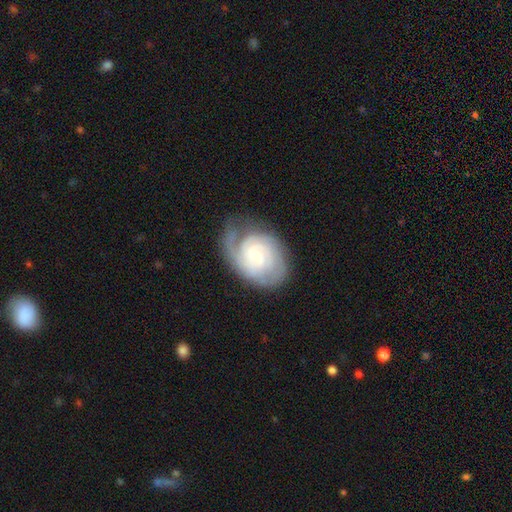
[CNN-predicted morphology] Smooth or featured?
  - featured or disk: 82% *
  - smooth: 13%
  - star or artifact: 5%
Edge-on disk?
  - no: 98% *
  - yes: 2%
Bar?
  - no: 60% *
  - weak: 35%
  - strong: 5%
Spiral arms?
  - yes: 96% *
  - no: 4%
Spiral winding?
  - tight: 64% *
  - medium: 29%
  - loose: 7%
Spiral arm count?
  - 2: 35% *
  - can't tell: 28%
  - 3: 19%
  - 1: 8%
  - 4: 6%
  - more than 4: 4%
Bulge size?
  - small: 59% *
  - moderate: 31%
  - none: 5%
  - large: 4%
  - dominant: 1%
Merging?
  - none: 63% *
  - minor disturbance: 23%
  - major disturbance: 13%
  - merger: 2%